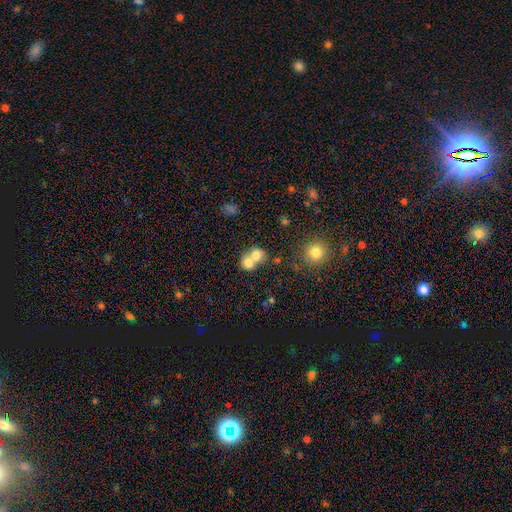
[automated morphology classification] Smooth or featured? Predicted: smooth (p=0.72). How rounded? Predicted: round (p=0.68). Merging? Predicted: merger (p=0.69).